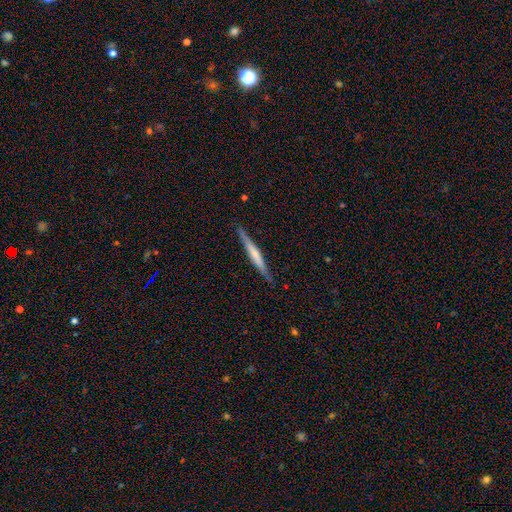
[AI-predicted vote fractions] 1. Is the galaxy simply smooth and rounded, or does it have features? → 54% featured or disk, 41% smooth, 5% star or artifact.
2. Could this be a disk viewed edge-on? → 97% yes, 3% no.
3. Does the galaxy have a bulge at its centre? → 51% none, 36% rounded, 14% boxy.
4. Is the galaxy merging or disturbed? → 89% none, 8% minor disturbance, 1% major disturbance, 1% merger.